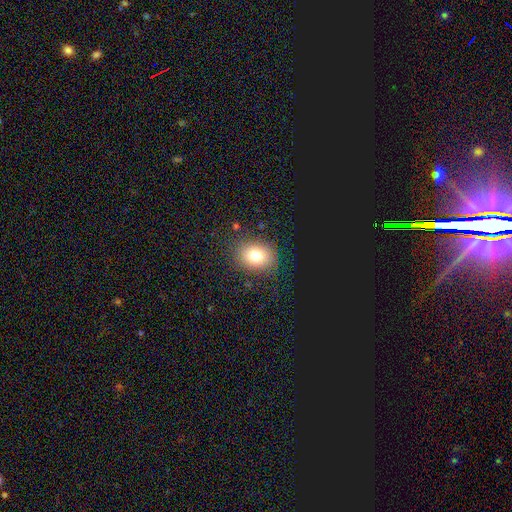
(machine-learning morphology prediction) Smooth or featured? smooth (75%)
How rounded? round (53%)
Merging? none (84%)